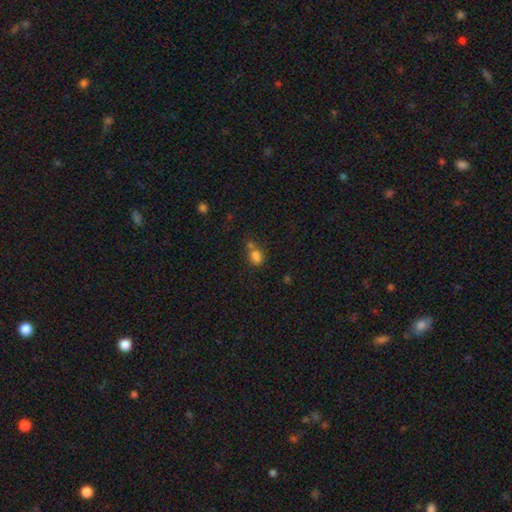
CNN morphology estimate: This appears to be a smooth galaxy with no disk features (77%) that is in between round and cigar-shaped (51%). Merging: none (41%).